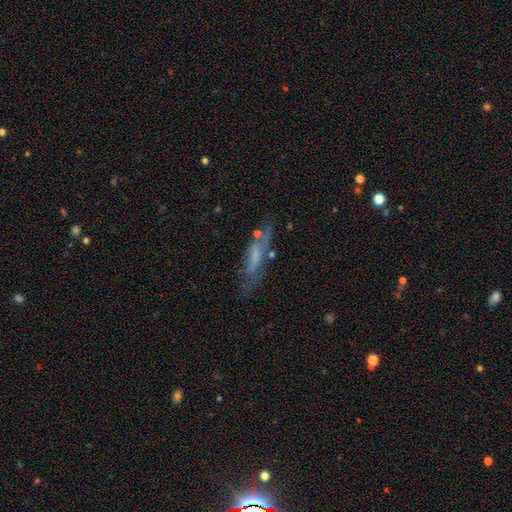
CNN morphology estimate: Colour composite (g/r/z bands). It shows a featured or disk galaxy (45%). Merging: none (50%).